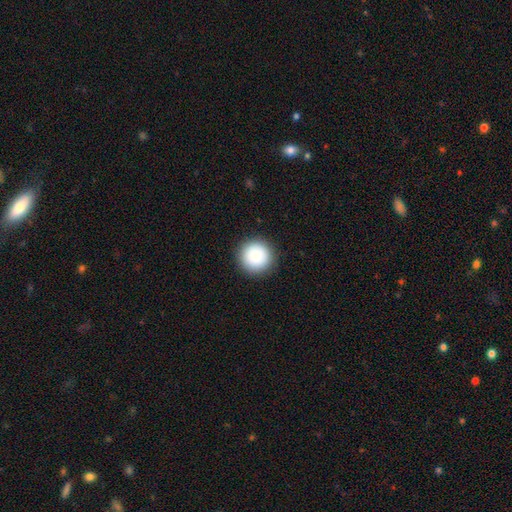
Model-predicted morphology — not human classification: Smooth or featured? smooth (88%)
How rounded? round (96%)
Merging? none (92%)